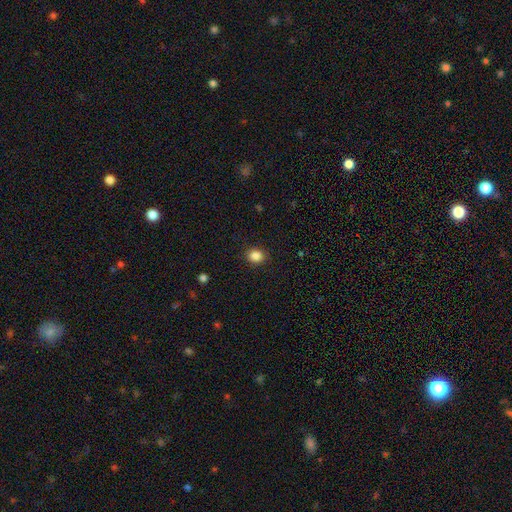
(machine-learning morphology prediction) type=smooth (86%); roundness=round (71%); merging=none (90%).